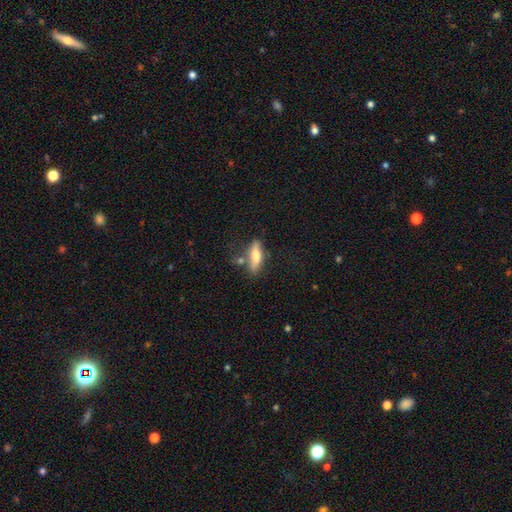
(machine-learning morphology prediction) Smooth or featured? smooth (59%)
How rounded? cigar-shaped (52%)
Merging? none (66%)